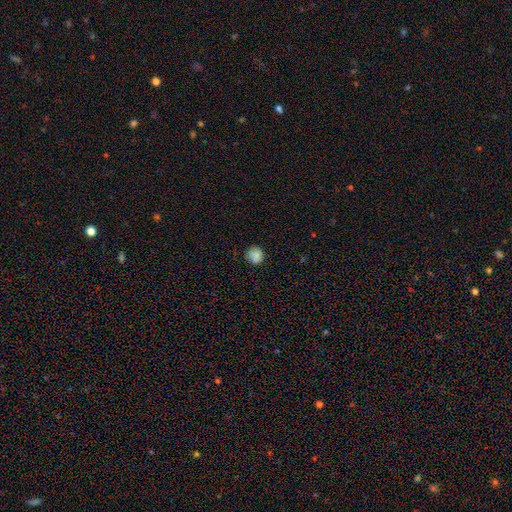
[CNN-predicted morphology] smooth-or-featured: smooth: 85% | star or artifact: 10% | featured or disk: 6%
  how-rounded: round: 89% | in between: 10% | cigar-shaped: 1%
  merging: none: 79% | minor disturbance: 17% | major disturbance: 3% | merger: 1%